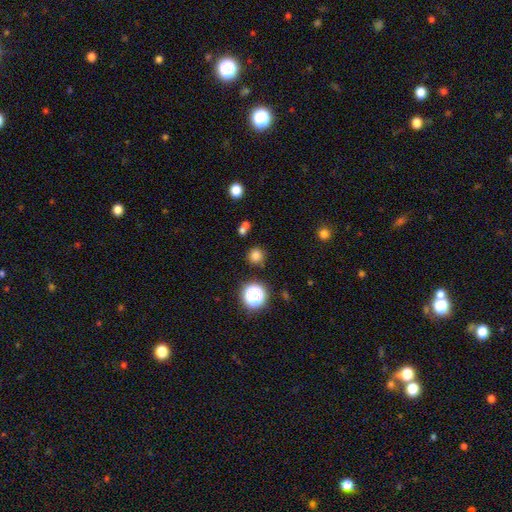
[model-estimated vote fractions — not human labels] A smooth galaxy with no disk features (76%) that is round (94%). Merging: none (83%).